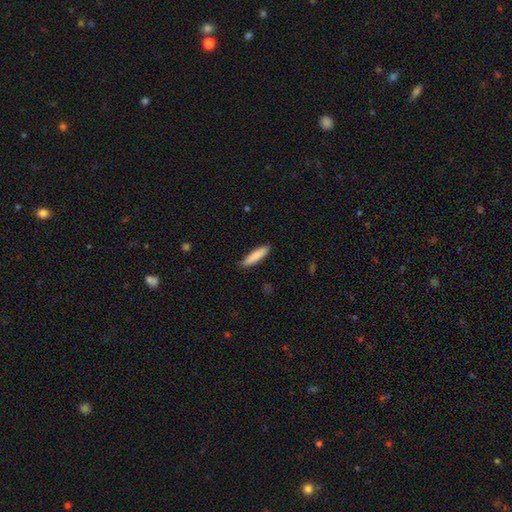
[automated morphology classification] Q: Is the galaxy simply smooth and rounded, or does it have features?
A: smooth — 83%.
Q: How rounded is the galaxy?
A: cigar-shaped — 80%.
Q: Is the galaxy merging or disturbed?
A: none — 89%.